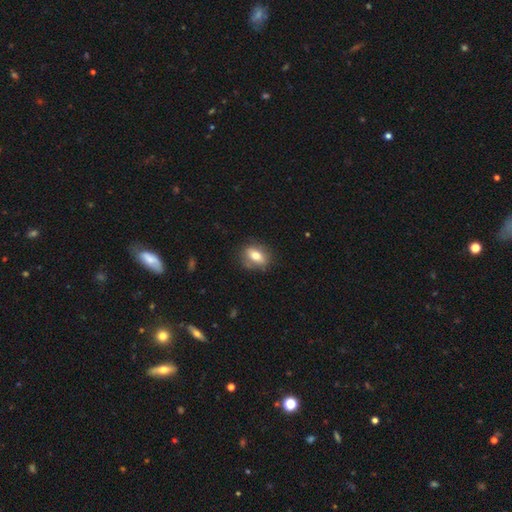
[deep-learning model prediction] Smooth or featured?
  - smooth: 70% *
  - featured or disk: 22%
  - star or artifact: 8%
How rounded?
  - in between: 74% *
  - round: 21%
  - cigar-shaped: 5%
Merging?
  - none: 78% *
  - minor disturbance: 16%
  - major disturbance: 4%
  - merger: 2%